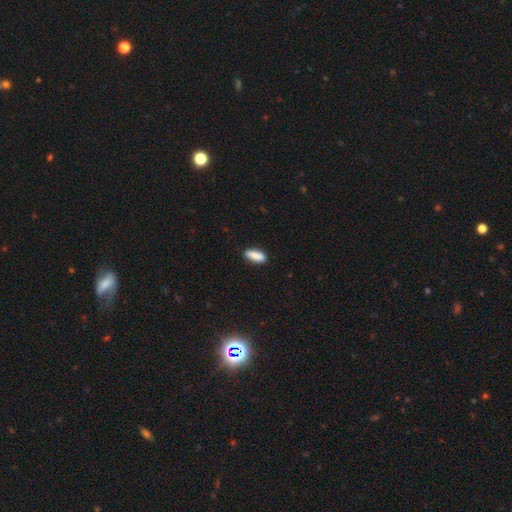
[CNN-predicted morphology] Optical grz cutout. It shows a smooth galaxy with no disk features (88%) that is in between round and cigar-shaped (68%). Merging: none (87%).